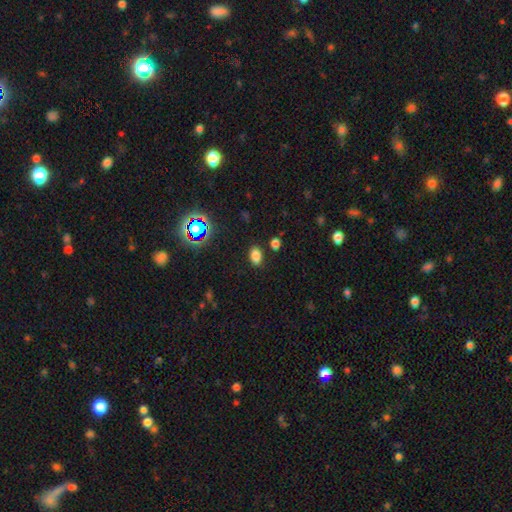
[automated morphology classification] Smooth or featured? Predicted: smooth (p=0.78). How rounded? Predicted: in between (p=0.87). Merging? Predicted: none (p=0.84).